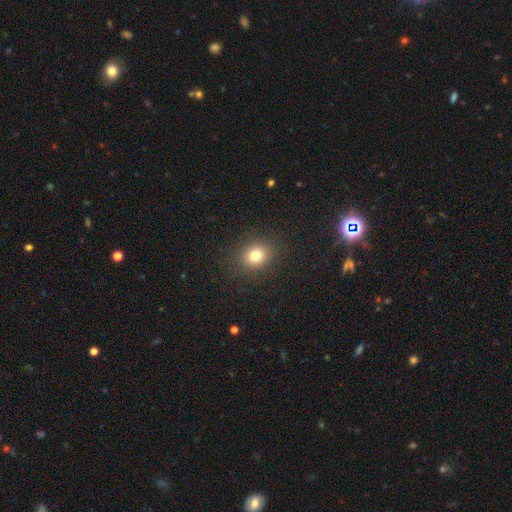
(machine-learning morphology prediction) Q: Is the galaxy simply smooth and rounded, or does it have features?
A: smooth — 78%.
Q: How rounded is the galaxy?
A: round — 70%.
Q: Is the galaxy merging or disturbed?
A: none — 88%.